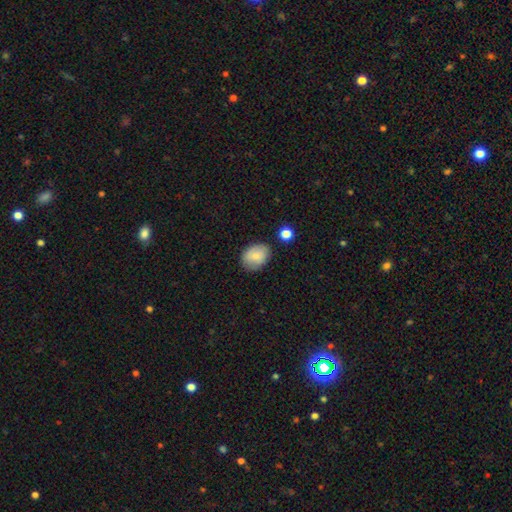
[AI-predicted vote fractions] smooth-or-featured: smooth: 80% | featured or disk: 12% | star or artifact: 8%
  how-rounded: in between: 65% | round: 34% | cigar-shaped: 1%
  merging: none: 77% | minor disturbance: 17% | major disturbance: 4% | merger: 3%